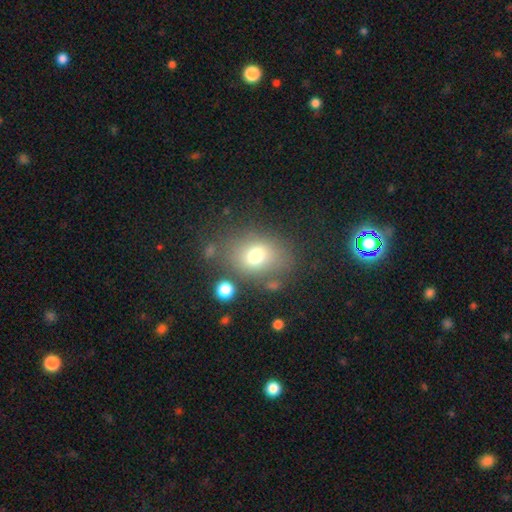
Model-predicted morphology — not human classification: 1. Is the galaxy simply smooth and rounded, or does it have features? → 72% smooth, 14% star or artifact, 14% featured or disk.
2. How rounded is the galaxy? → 57% in between, 42% round, 1% cigar-shaped.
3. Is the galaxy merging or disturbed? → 69% none, 16% minor disturbance, 9% major disturbance, 7% merger.